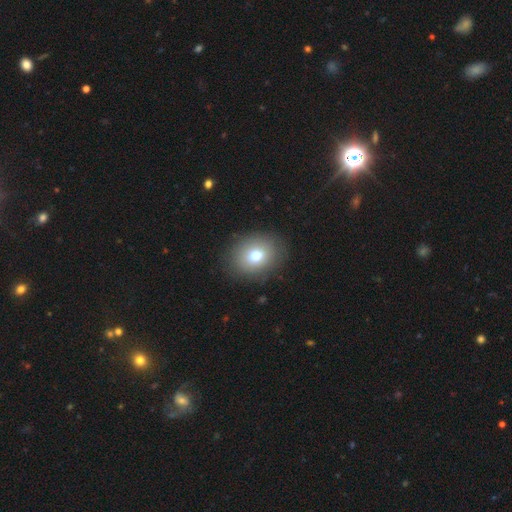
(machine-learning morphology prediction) The model was most divided on "how rounded": in between: 52%, round: 47%, cigar-shaped: 1%. More confident: merging — none (87%); smooth or featured — smooth (76%).